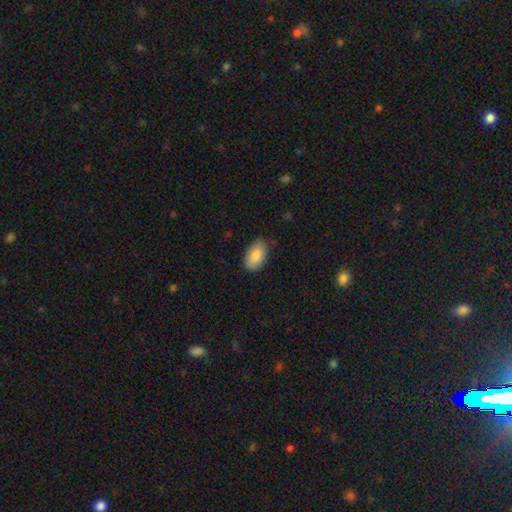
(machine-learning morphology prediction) Q: Smooth or featured?
A: smooth (87%); runner-up: featured or disk (6%)
Q: How rounded?
A: in between (95%); runner-up: round (4%)
Q: Merging?
A: none (82%); runner-up: minor disturbance (14%)